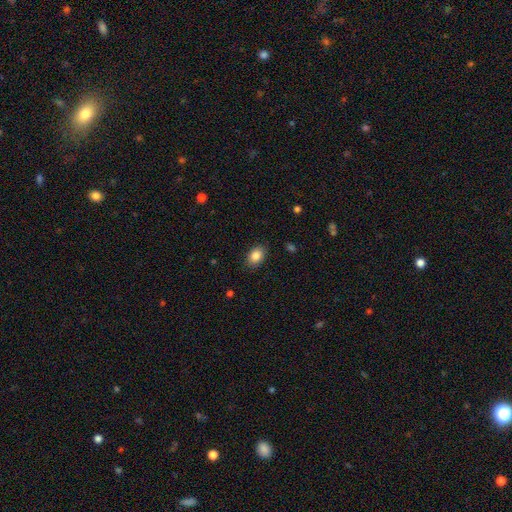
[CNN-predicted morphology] This appears to be a smooth galaxy with no disk features (86%) that is in between round and cigar-shaped (80%). Merging: none (87%).